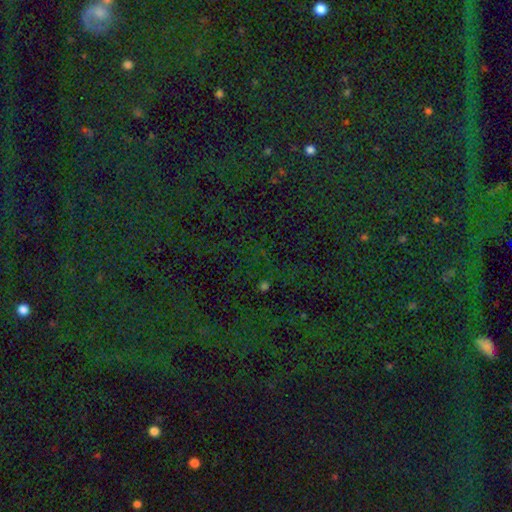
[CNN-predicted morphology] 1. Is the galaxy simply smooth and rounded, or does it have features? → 79% star or artifact, 13% smooth, 8% featured or disk.